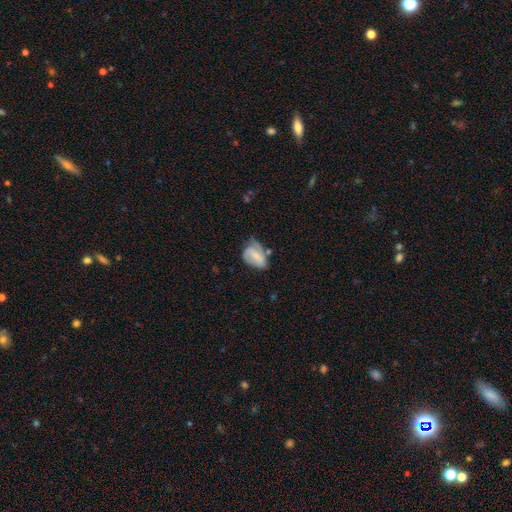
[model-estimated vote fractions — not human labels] smooth-or-featured: smooth: 48% | featured or disk: 44% | star or artifact: 8%
  merging: minor disturbance: 37% | none: 34% | major disturbance: 21% | merger: 7%